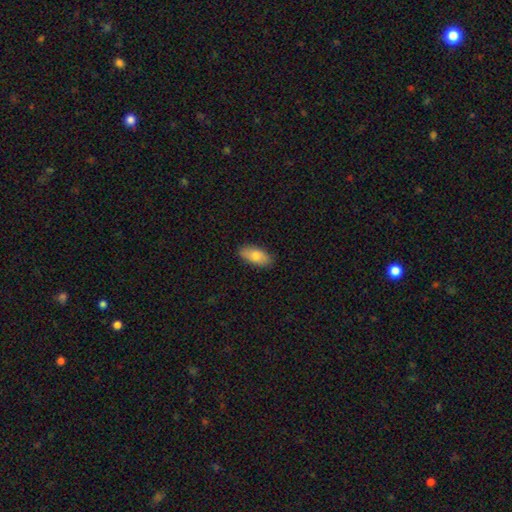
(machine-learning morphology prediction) A smooth galaxy with no disk features (78%) that is in between round and cigar-shaped (87%).

Vote fractions:
- Smooth or featured? smooth: 78% / featured or disk: 16% / star or artifact: 6%
- How rounded? in between: 87% / cigar-shaped: 10% / round: 3%
- Merging? none: 87% / minor disturbance: 10% / major disturbance: 2% / merger: 1%